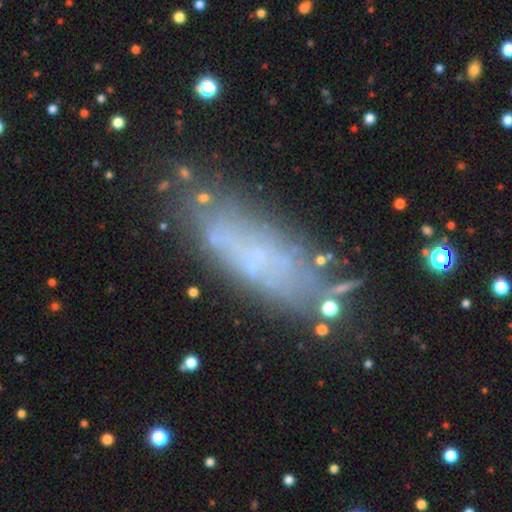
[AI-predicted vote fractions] A smooth galaxy with no disk features (50%) that is in between round and cigar-shaped (55%). Merging: none (69%).